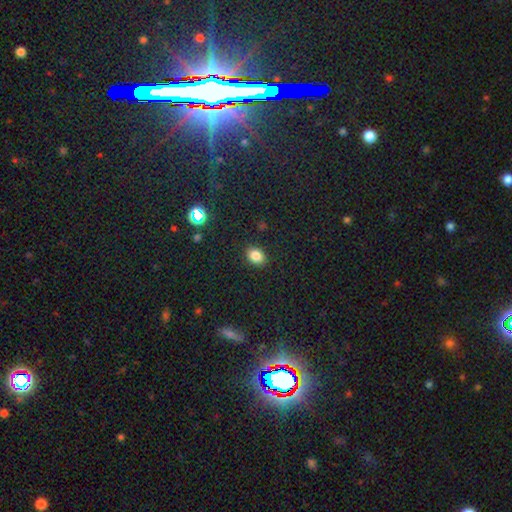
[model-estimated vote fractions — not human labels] The model was most divided on "how rounded": in between: 69%, round: 30%, cigar-shaped: 1%. More confident: merging — none (88%); smooth or featured — smooth (82%).